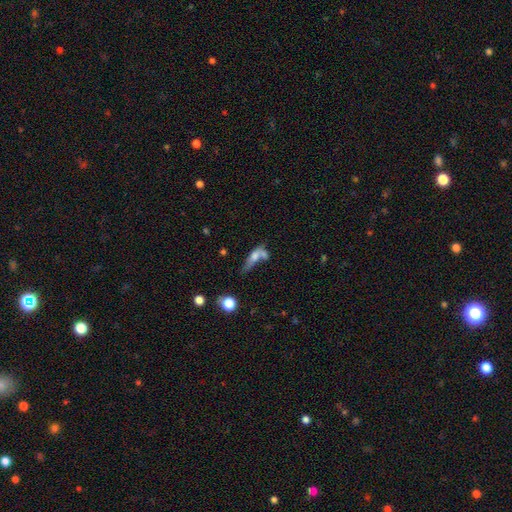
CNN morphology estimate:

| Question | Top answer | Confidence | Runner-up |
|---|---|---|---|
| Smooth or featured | smooth | 55% | featured or disk (34%) |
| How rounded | cigar-shaped | 48% | in between (45%) |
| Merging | merger | 42% | none (26%) |